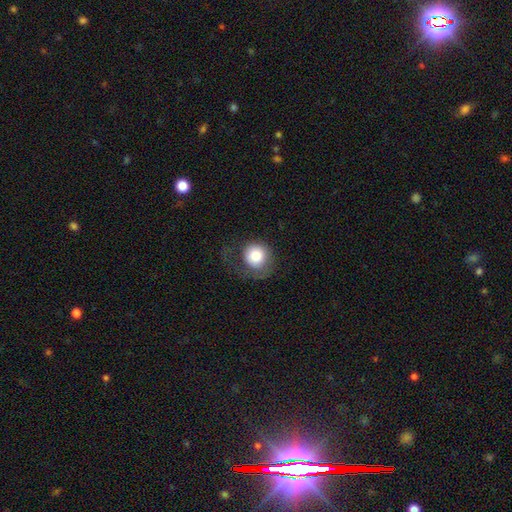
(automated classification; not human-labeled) smooth 79%, featured or disk 12%, star or artifact 9%. Down the decision tree: how rounded — round (88%); merging — none (51%).